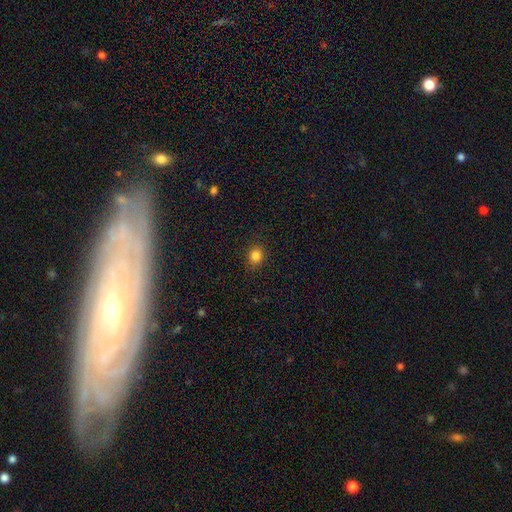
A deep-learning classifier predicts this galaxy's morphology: Smooth or featured?
  - smooth: 83% *
  - star or artifact: 12%
  - featured or disk: 5%
How rounded?
  - round: 65% *
  - in between: 34%
  - cigar-shaped: 1%
Merging?
  - none: 88% *
  - minor disturbance: 8%
  - major disturbance: 2%
  - merger: 1%